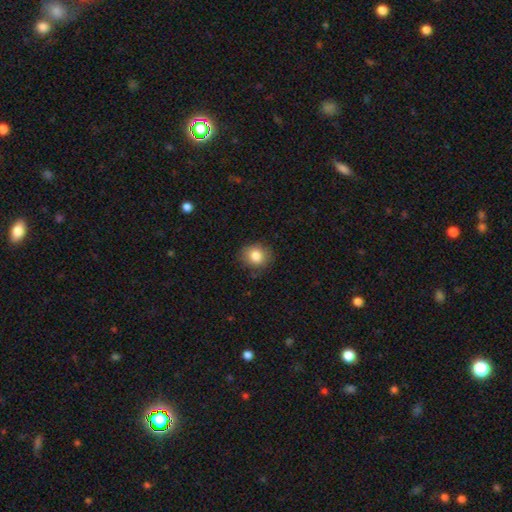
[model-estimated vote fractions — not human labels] Smooth or featured?
  - smooth: 83% *
  - star or artifact: 10%
  - featured or disk: 8%
How rounded?
  - round: 71% *
  - in between: 28%
  - cigar-shaped: 1%
Merging?
  - none: 82% *
  - minor disturbance: 14%
  - major disturbance: 3%
  - merger: 1%